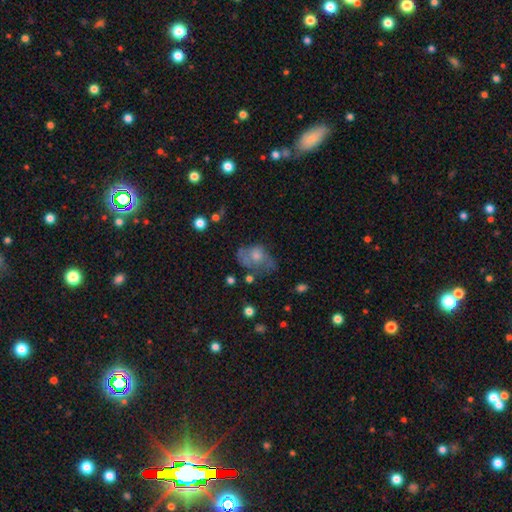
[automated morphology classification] smooth-or-featured: featured or disk: 43% | smooth: 39% | star or artifact: 17%
  merging: none: 46% | minor disturbance: 26% | major disturbance: 24% | merger: 4%